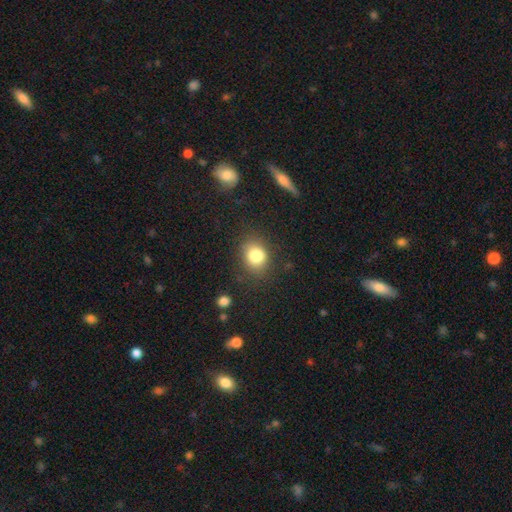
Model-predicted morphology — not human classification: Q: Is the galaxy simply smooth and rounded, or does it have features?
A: smooth — 82%.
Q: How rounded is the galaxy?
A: round — 55%.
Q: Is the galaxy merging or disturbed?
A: none — 78%.